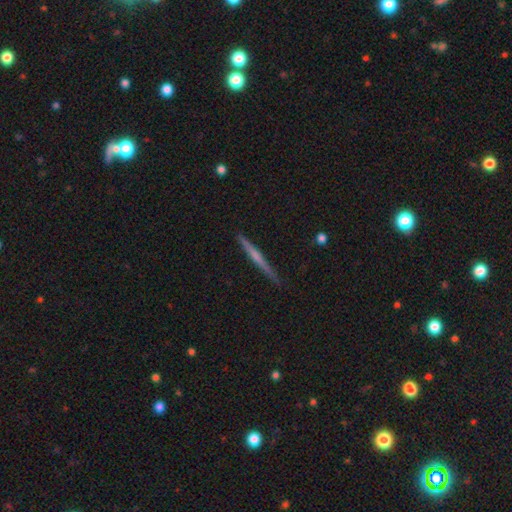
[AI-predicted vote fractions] The model was most divided on "smooth or featured": featured or disk: 58%, smooth: 36%, star or artifact: 6%. More confident: edge-on disk — yes (98%); merging — none (90%); edge-on bulge — none (59%).